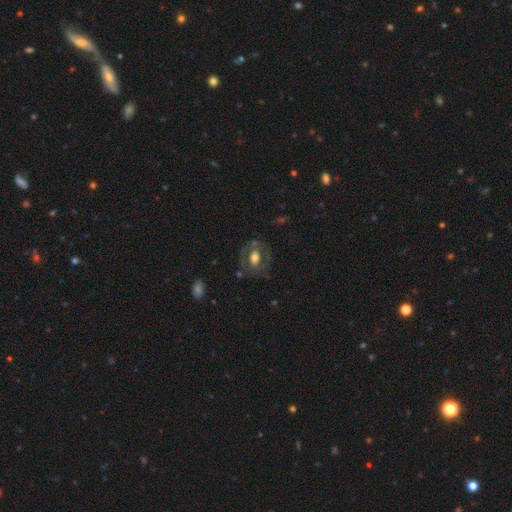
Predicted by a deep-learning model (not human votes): smooth_or_featured: featured or disk (p=0.57) [alt: smooth p=0.32]
disk_edge_on: no (p=0.93) [alt: yes p=0.07]
bar: no (p=0.63) [alt: weak p=0.25]
has_spiral_arms: no (p=0.69) [alt: yes p=0.31]
bulge_size: moderate (p=0.53) [alt: large p=0.31]
merging: none (p=0.74) [alt: minor disturbance p=0.15]